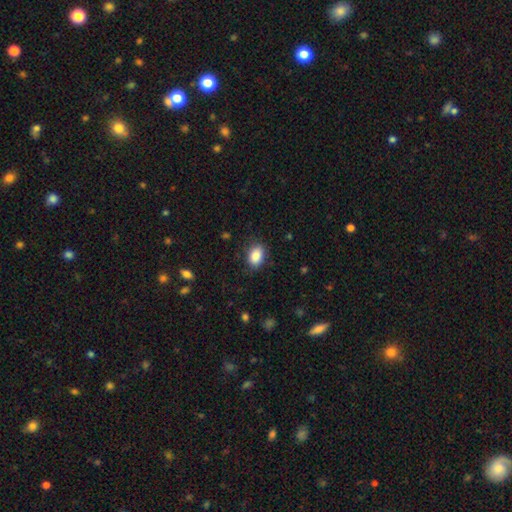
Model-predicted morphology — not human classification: smooth_or_featured: smooth (p=0.87) [alt: star or artifact p=0.08]
how_rounded: in between (p=0.81) [alt: round p=0.17]
merging: none (p=0.83) [alt: minor disturbance p=0.13]